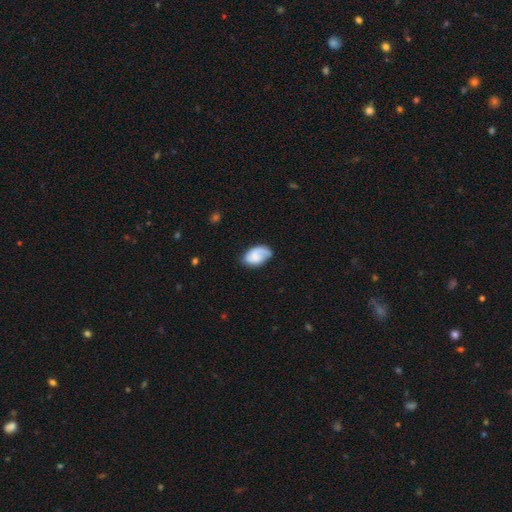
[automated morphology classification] smooth-or-featured: smooth: 51% | featured or disk: 42% | star or artifact: 7%
  how-rounded: in between: 88% | round: 11% | cigar-shaped: 1%
  merging: none: 57% | minor disturbance: 28% | major disturbance: 13% | merger: 2%